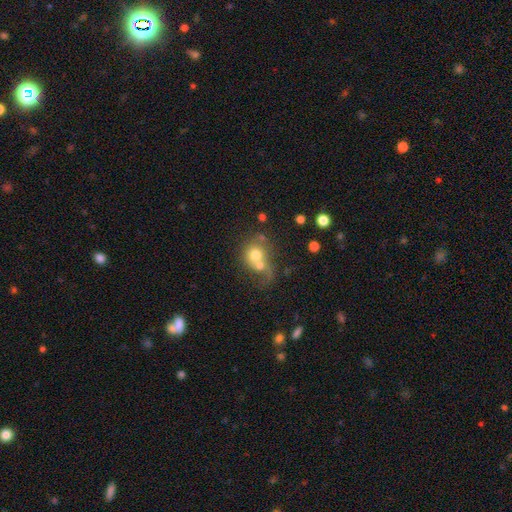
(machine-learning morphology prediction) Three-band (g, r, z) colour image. It shows a smooth galaxy with no disk features (64%) that is round (74%). Merging: merger (65%).